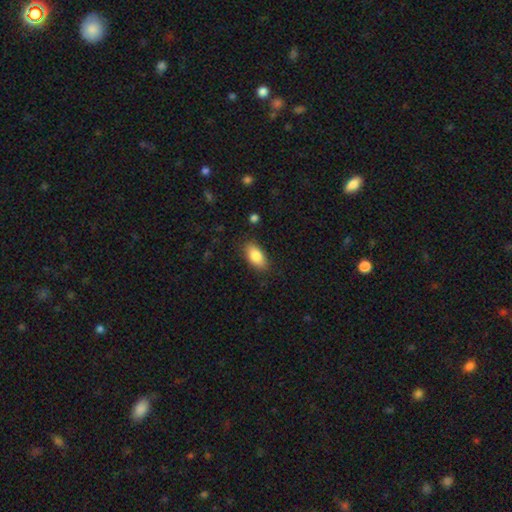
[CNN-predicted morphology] smooth 84%, featured or disk 9%, star or artifact 7%. Down the decision tree: how rounded — in between (90%); merging — none (85%).